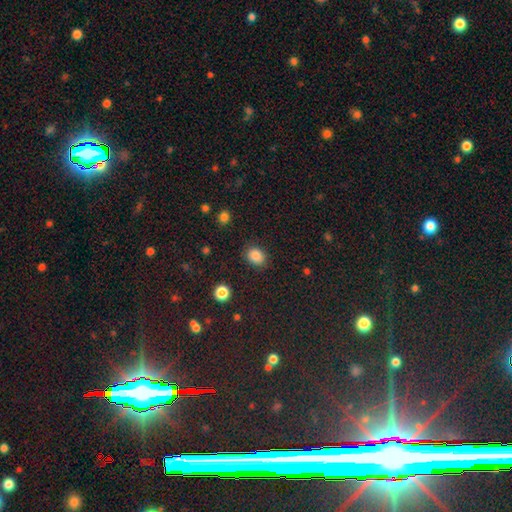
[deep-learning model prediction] Smooth or featured? Predicted: smooth (p=0.85). How rounded? Predicted: in between (p=0.54). Merging? Predicted: none (p=0.85).